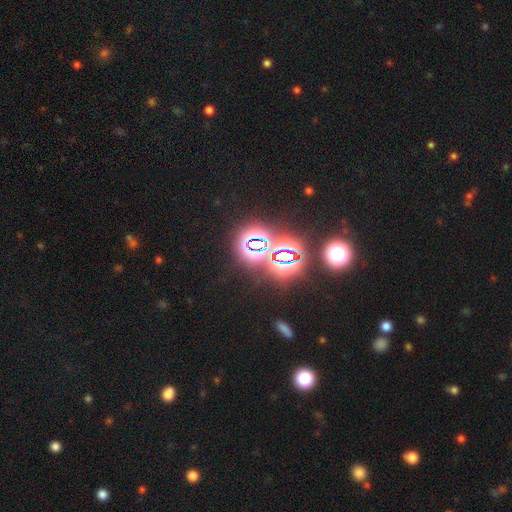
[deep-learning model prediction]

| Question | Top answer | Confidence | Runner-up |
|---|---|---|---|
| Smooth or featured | star or artifact | 77% | smooth (14%) |